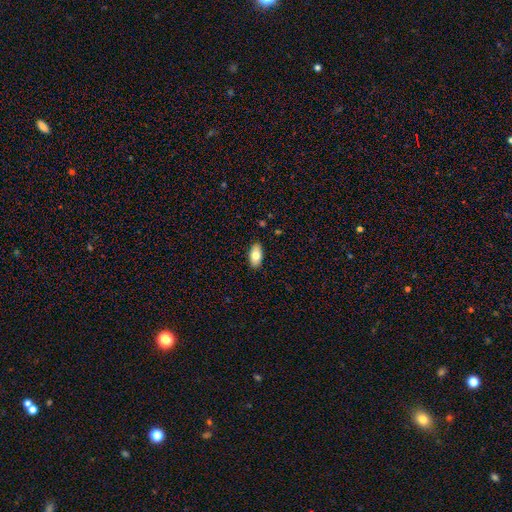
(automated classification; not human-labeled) The model was most divided on "smooth or featured": smooth: 76%, featured or disk: 18%, star or artifact: 7%. More confident: how rounded — in between (92%); merging — none (88%).